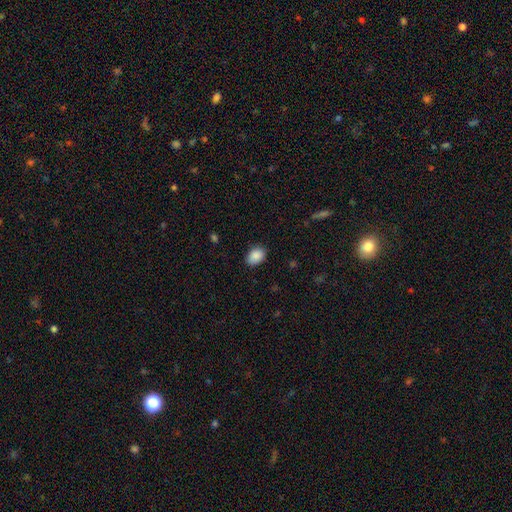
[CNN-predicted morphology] Overall: smooth (89%). How rounded: in between (84%). Merging: none (83%).